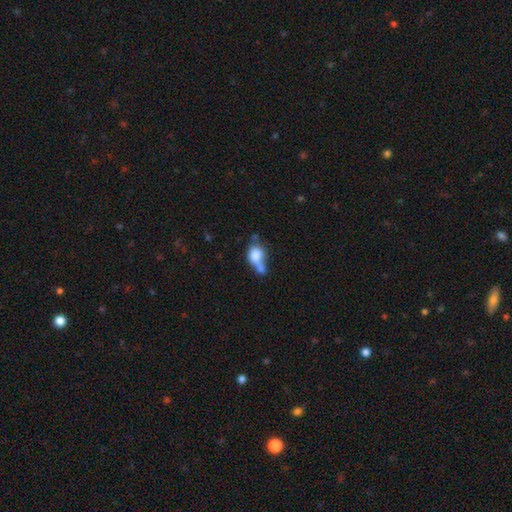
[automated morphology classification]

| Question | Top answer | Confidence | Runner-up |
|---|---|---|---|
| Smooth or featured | smooth | 73% | featured or disk (17%) |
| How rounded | in between | 57% | round (39%) |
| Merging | merger | 49% | none (24%) |